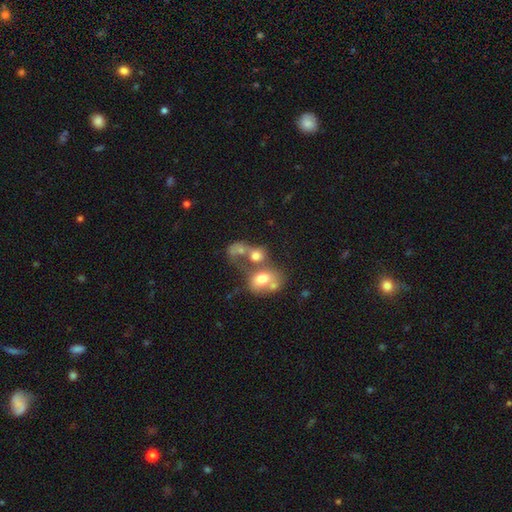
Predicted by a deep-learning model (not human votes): smooth 63%, featured or disk 25%, star or artifact 12%. Down the decision tree: how rounded — in between (53%); merging — merger (61%).